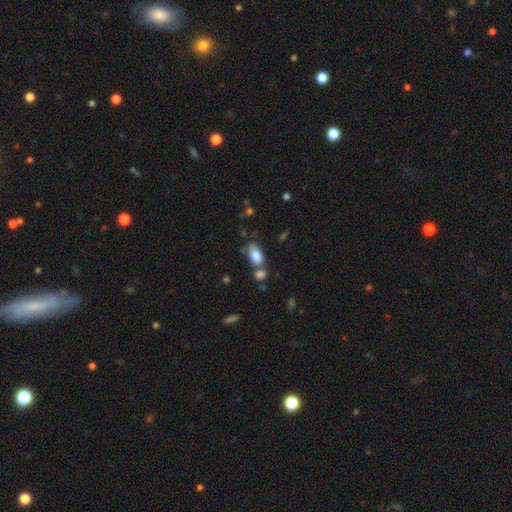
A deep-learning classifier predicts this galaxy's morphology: Smooth or featured? Predicted: smooth (p=0.84). How rounded? Predicted: in between (p=0.92). Merging? Predicted: none (p=0.48).